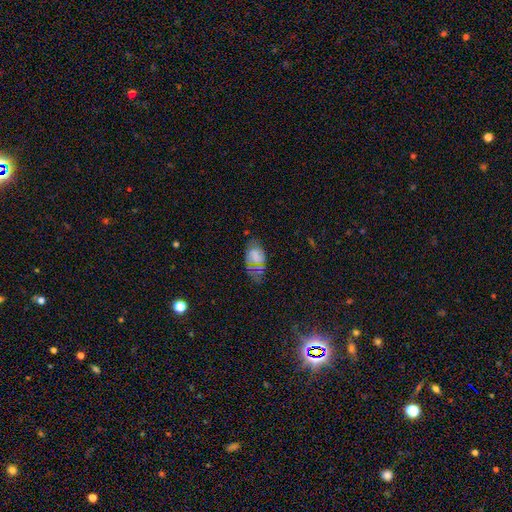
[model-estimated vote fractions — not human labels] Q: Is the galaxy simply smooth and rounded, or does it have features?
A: smooth — 61%.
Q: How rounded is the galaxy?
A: in between — 90%.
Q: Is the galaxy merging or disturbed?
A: none — 65%.